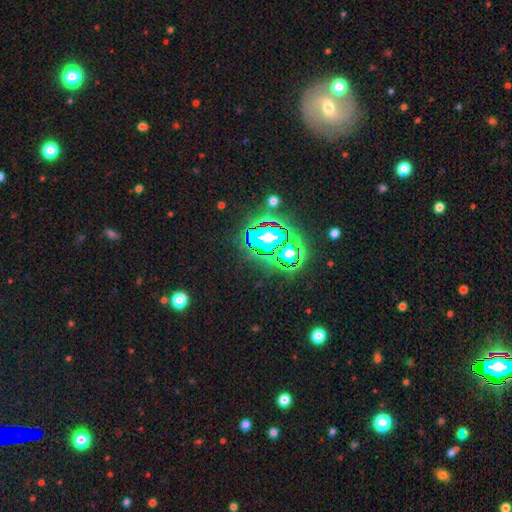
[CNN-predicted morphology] Smooth or featured? Predicted: star or artifact (p=0.78).